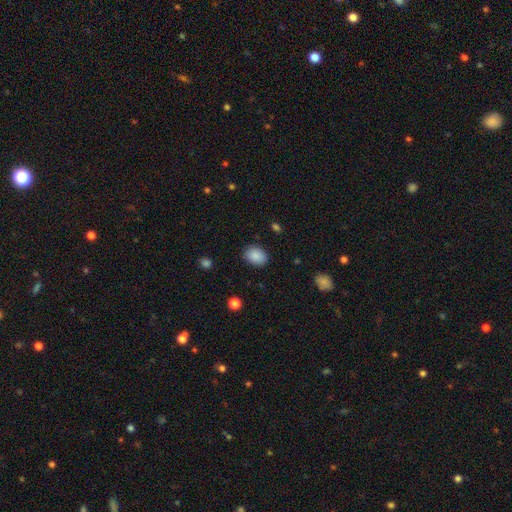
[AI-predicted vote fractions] smooth-or-featured: smooth: 88% | star or artifact: 8% | featured or disk: 4%
  how-rounded: in between: 66% | round: 33% | cigar-shaped: 1%
  merging: none: 85% | minor disturbance: 11% | major disturbance: 3% | merger: 1%